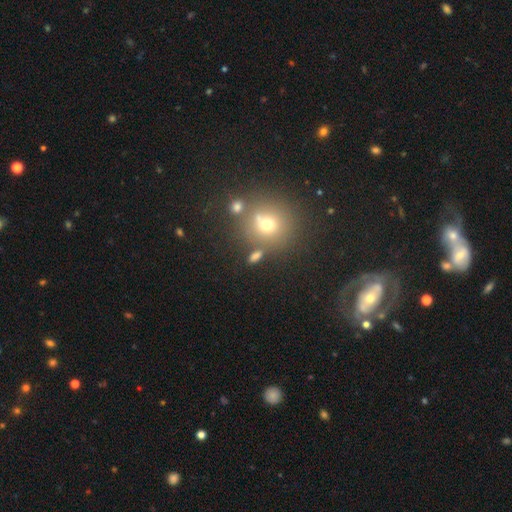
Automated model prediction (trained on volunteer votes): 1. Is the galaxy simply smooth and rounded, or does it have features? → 71% smooth, 18% star or artifact, 11% featured or disk.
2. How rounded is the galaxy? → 55% in between, 38% round, 8% cigar-shaped.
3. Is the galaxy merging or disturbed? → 70% none, 13% merger, 12% minor disturbance, 5% major disturbance.